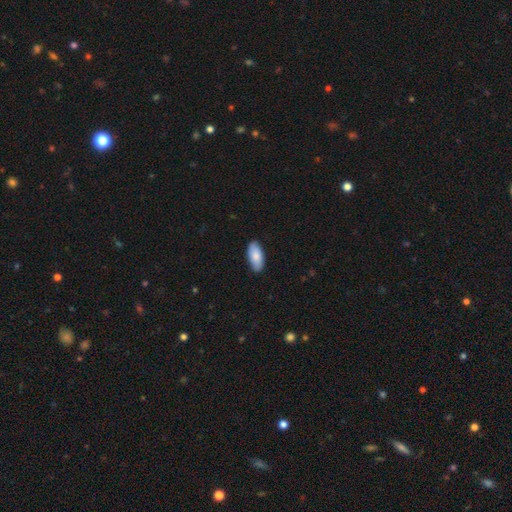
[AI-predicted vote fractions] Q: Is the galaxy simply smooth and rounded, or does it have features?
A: smooth — 84%.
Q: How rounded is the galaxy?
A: in between — 91%.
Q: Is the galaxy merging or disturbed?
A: none — 88%.